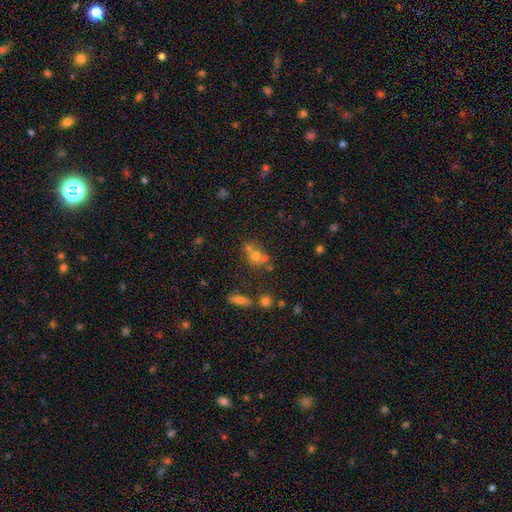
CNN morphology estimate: This appears to be a smooth galaxy with no disk features (58%) that is round (65%). Merging: none (45%).